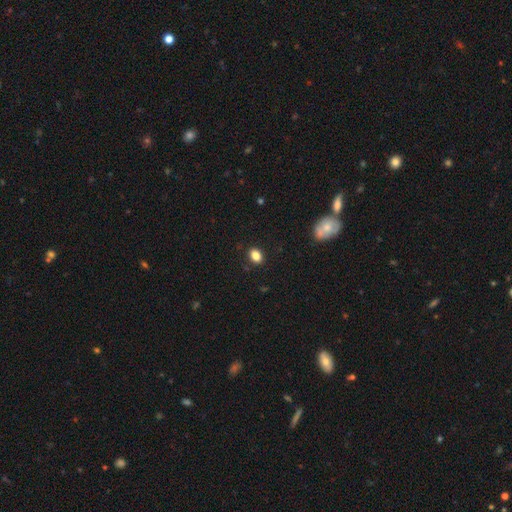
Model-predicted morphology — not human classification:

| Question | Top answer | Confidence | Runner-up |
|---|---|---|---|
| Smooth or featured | smooth | 85% | star or artifact (10%) |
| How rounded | in between | 70% | round (29%) |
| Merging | none | 88% | minor disturbance (8%) |